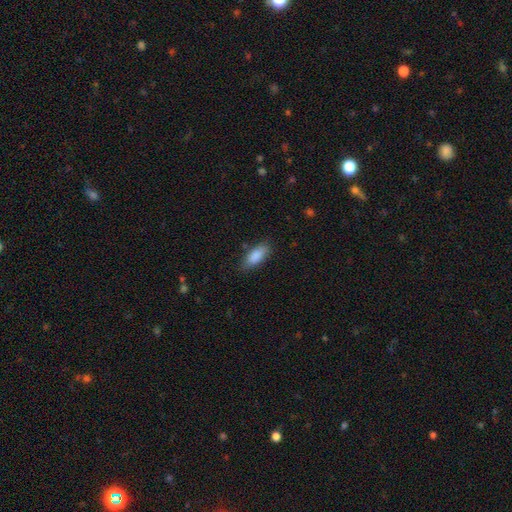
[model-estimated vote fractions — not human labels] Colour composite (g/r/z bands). It shows a smooth galaxy with no disk features (88%) that is in between round and cigar-shaped (81%). Merging: none (81%).